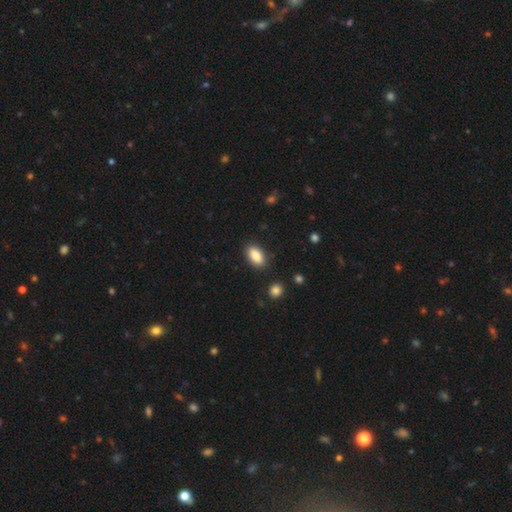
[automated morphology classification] Smooth or featured? smooth (87%)
How rounded? in between (91%)
Merging? none (87%)